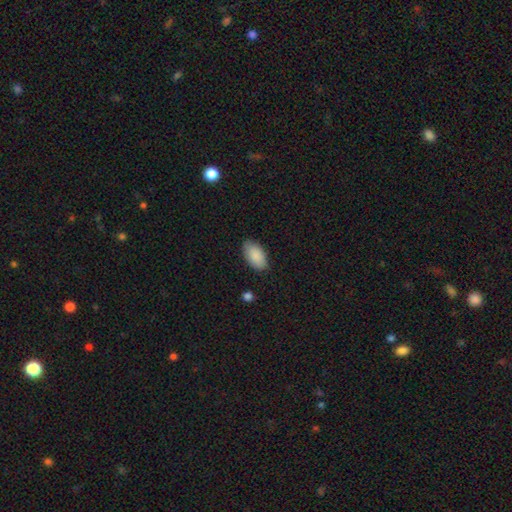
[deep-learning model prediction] The model was most divided on "merging": none: 84%, minor disturbance: 12%, major disturbance: 3%, merger: 1%. More confident: how rounded — in between (95%); smooth or featured — smooth (89%).